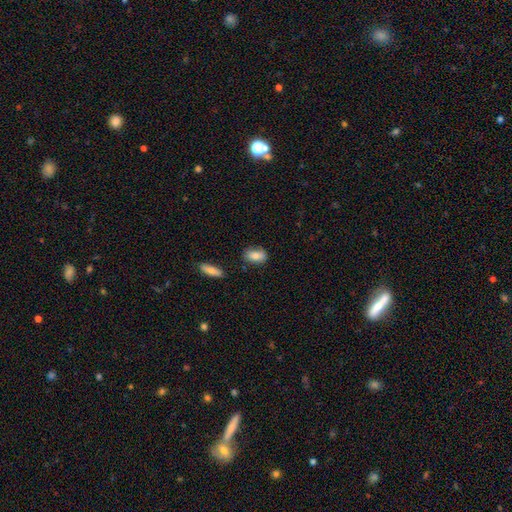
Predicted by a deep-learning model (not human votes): Morphology: type=smooth (82%); roundness=in between (89%); merging=none (74%).